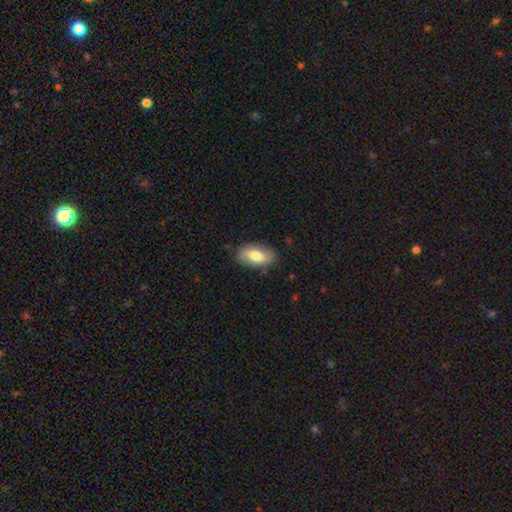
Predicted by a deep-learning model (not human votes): smooth-or-featured: smooth: 72% | featured or disk: 21% | star or artifact: 6%
  how-rounded: in between: 92% | cigar-shaped: 5% | round: 4%
  merging: none: 83% | minor disturbance: 13% | major disturbance: 3% | merger: 1%